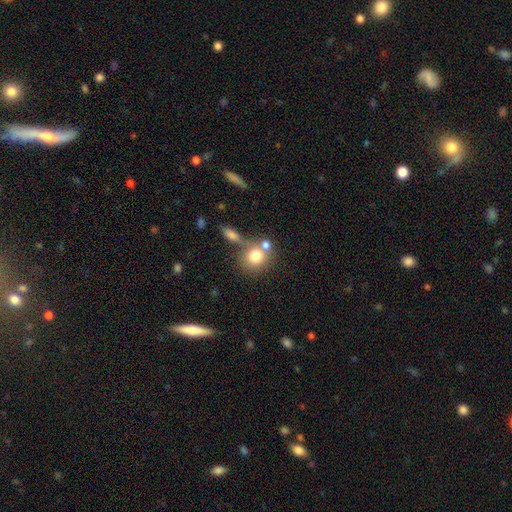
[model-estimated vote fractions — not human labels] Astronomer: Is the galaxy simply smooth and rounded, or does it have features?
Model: smooth — 76%.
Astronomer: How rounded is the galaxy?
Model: round — 79%.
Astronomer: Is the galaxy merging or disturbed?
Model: none — 48% (runner-up: merger, 36%).